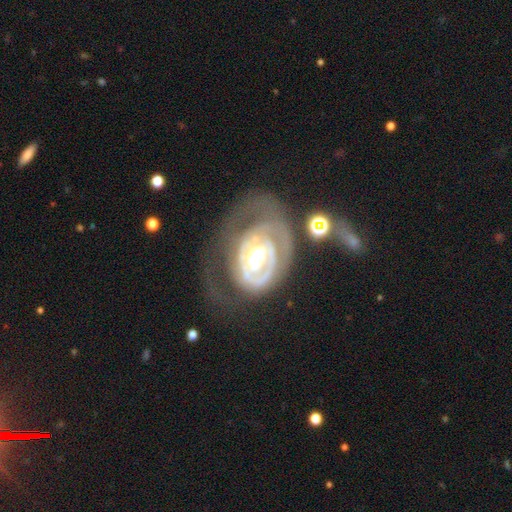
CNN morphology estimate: A featured or disk galaxy (85%) with no bar (54%), tight (65%) spiral arms (81%) and a moderate central bulge (55%).

Vote fractions:
- Smooth or featured? featured or disk: 85% / smooth: 10% / star or artifact: 5%
- Edge-on disk? no: 97% / yes: 3%
- Bar? no: 54% / weak: 32% / strong: 14%
- Spiral arms? yes: 81% / no: 19%
- Spiral winding? tight: 65% / medium: 25% / loose: 10%
- Spiral arm count? can't tell: 35% / 1: 26% / 2: 25% / 3: 8% / 4: 3% / more than 4: 3%
- Bulge size? moderate: 55% / large: 30% / small: 10% / dominant: 3% / none: 2%
- Merging? major disturbance: 37% (tied) / none: 37% (tied) / minor disturbance: 21% / merger: 5%